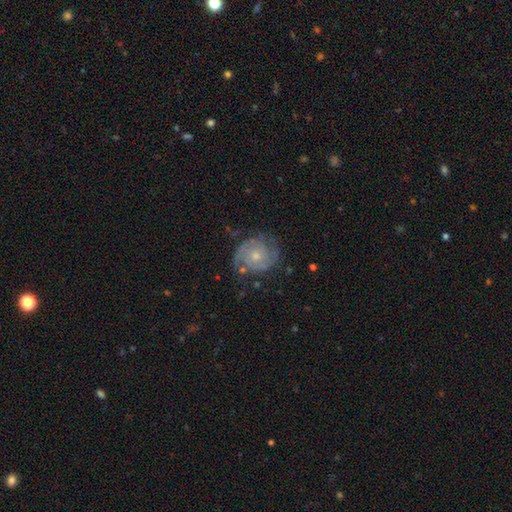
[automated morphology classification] A featured or disk galaxy (81%) with no bar (79%), 2 (69%) tight (60%) spiral arms (94%) and a small central bulge (55%).

Vote fractions:
- Smooth or featured? featured or disk: 81% / smooth: 13% / star or artifact: 6%
- Edge-on disk? no: 98% / yes: 2%
- Bar? no: 79% / weak: 18% / strong: 3%
- Spiral arms? yes: 94% / no: 6%
- Spiral winding? tight: 60% / medium: 31% / loose: 9%
- Spiral arm count? 2: 69% / can't tell: 14% / 3: 8% / 1: 3% / 4: 3% / more than 4: 2%
- Bulge size? small: 55% / moderate: 40% / none: 2% / large: 2% / dominant: 1%
- Merging? none: 71% / minor disturbance: 19% / major disturbance: 8% / merger: 2%